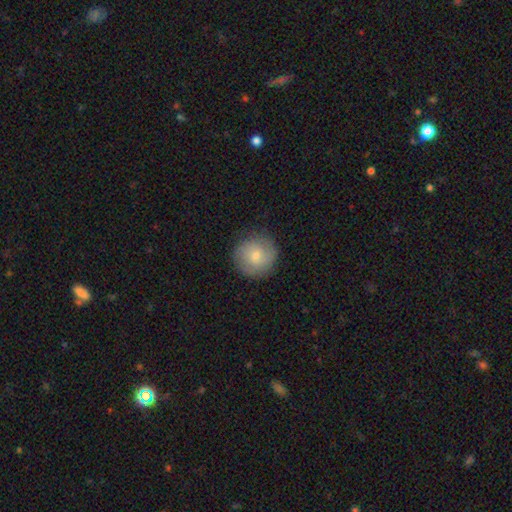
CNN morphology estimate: smooth 64%, featured or disk 28%, star or artifact 8%. Down the decision tree: how rounded — round (94%); merging — none (85%).